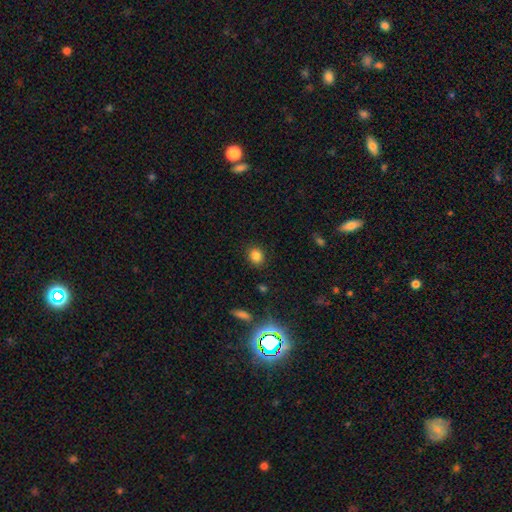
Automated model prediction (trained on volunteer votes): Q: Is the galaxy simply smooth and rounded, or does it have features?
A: smooth — 82%.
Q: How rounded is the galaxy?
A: round — 69%.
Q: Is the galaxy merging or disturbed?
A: none — 86%.